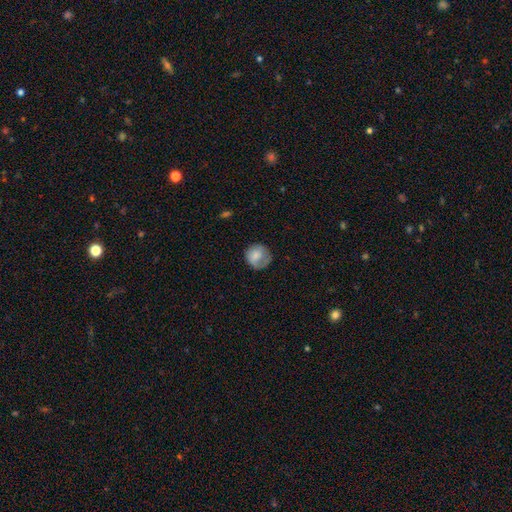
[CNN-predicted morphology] Smooth or featured?
  - smooth: 75% *
  - featured or disk: 18%
  - star or artifact: 7%
How rounded?
  - round: 86% *
  - in between: 13%
  - cigar-shaped: 1%
Merging?
  - none: 59% *
  - minor disturbance: 25%
  - major disturbance: 15%
  - merger: 1%